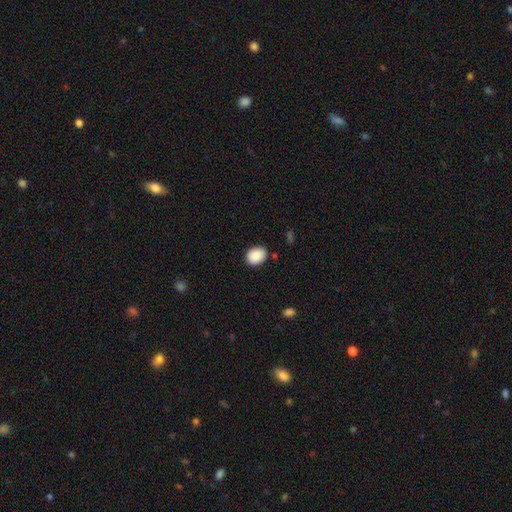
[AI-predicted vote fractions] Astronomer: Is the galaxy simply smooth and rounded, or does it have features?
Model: smooth — 89%.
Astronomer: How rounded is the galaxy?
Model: in between — 55% (runner-up: round, 44%).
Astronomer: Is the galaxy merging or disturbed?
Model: none — 86%.